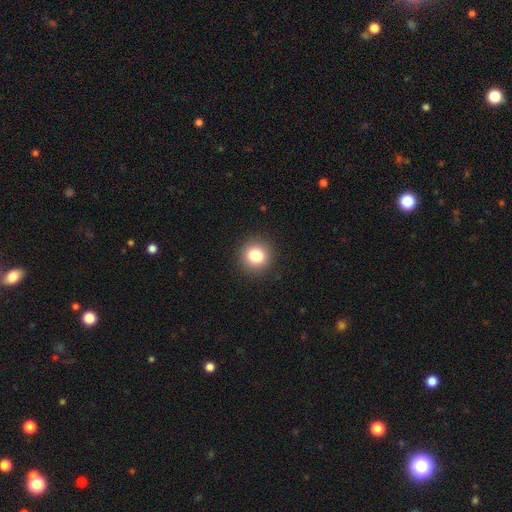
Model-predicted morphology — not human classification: A smooth galaxy with no disk features (82%) that is round (92%). Merging: none (92%).